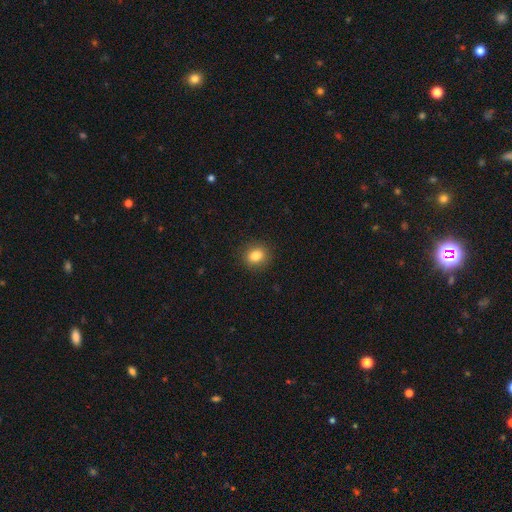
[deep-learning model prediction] smooth_or_featured: smooth (p=0.84) [alt: star or artifact p=0.10]
how_rounded: round (p=0.57) [alt: in between p=0.42]
merging: none (p=0.89) [alt: minor disturbance p=0.08]